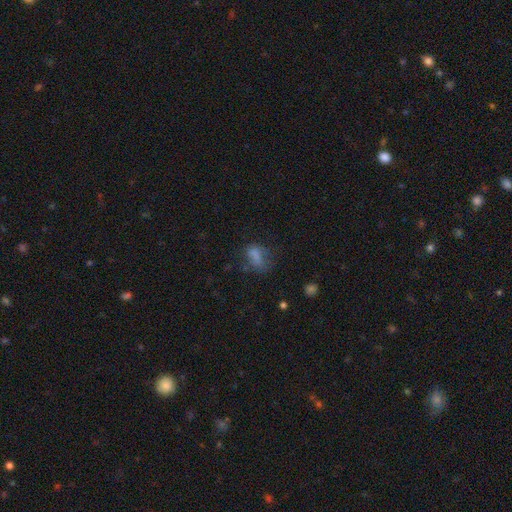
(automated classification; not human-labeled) Smooth or featured?
  - smooth: 71% *
  - featured or disk: 15%
  - star or artifact: 14%
How rounded?
  - in between: 81% *
  - round: 15%
  - cigar-shaped: 4%
Merging?
  - none: 42% *
  - minor disturbance: 27%
  - major disturbance: 27%
  - merger: 4%